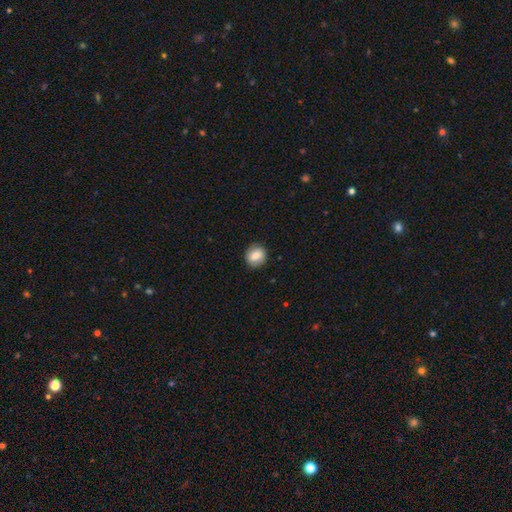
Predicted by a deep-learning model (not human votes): Smooth or featured: smooth — 76% (featured or disk — 16%)
How rounded: round — 75% (in between — 24%)
Merging: none — 86% (minor disturbance — 10%)